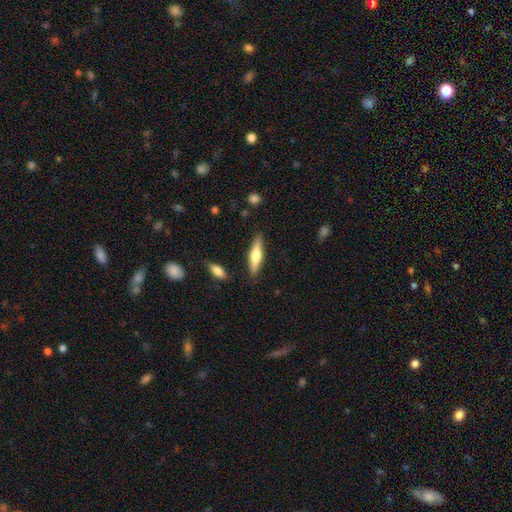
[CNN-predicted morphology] Smooth or featured?
  - featured or disk: 52% *
  - smooth: 42%
  - star or artifact: 6%
Edge-on disk?
  - yes: 95% *
  - no: 5%
Merging?
  - none: 86% *
  - minor disturbance: 9%
  - merger: 2%
  - major disturbance: 2%